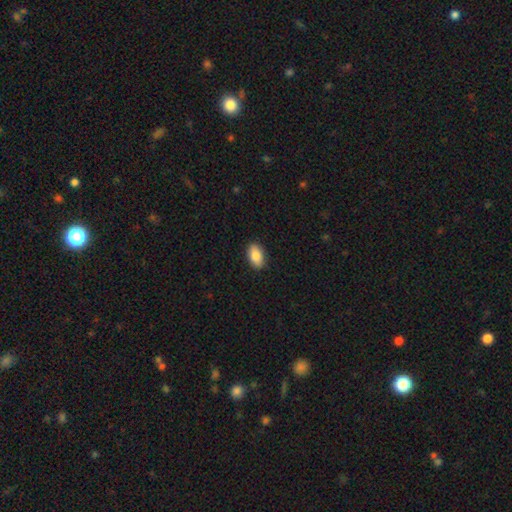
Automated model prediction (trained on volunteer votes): smooth 84%, featured or disk 9%, star or artifact 7%. Down the decision tree: how rounded — in between (92%); merging — none (90%).